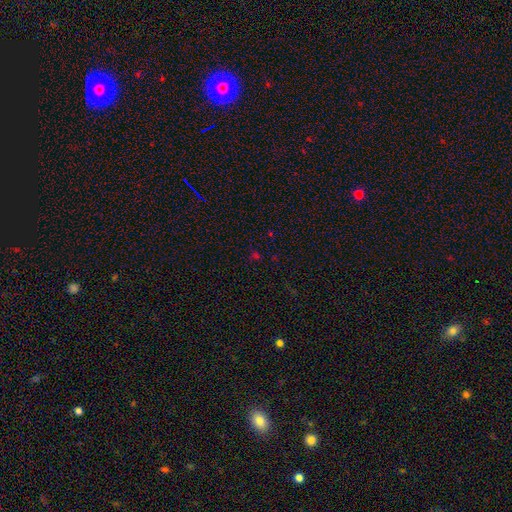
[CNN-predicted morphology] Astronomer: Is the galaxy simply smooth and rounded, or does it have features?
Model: star or artifact — 60%.